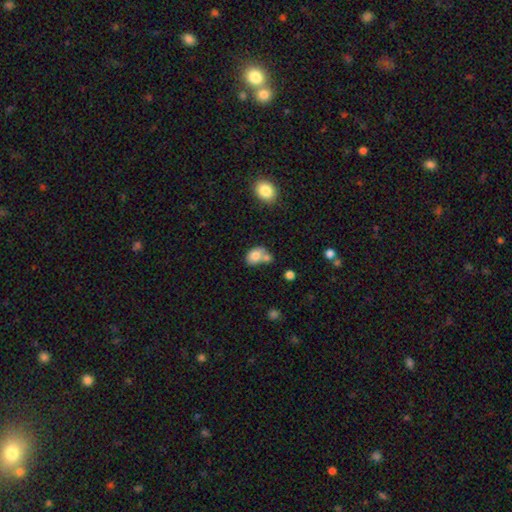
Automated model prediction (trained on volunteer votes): This is likely a smooth galaxy (79%). How rounded: likely in between (65%). Merging: marginally merger (44%).